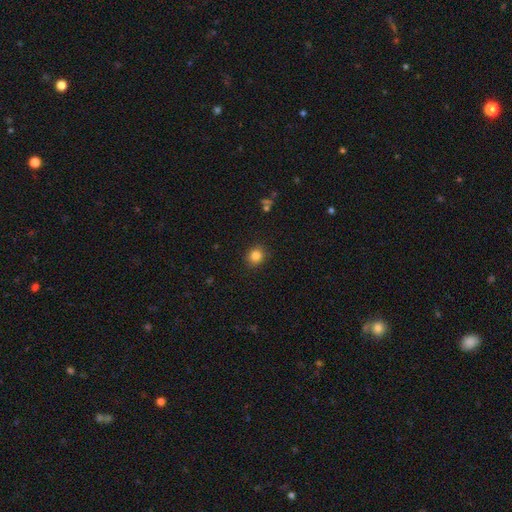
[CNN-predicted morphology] This is clearly a smooth galaxy (84%). How rounded: clearly round (81%). Merging: clearly none (89%).